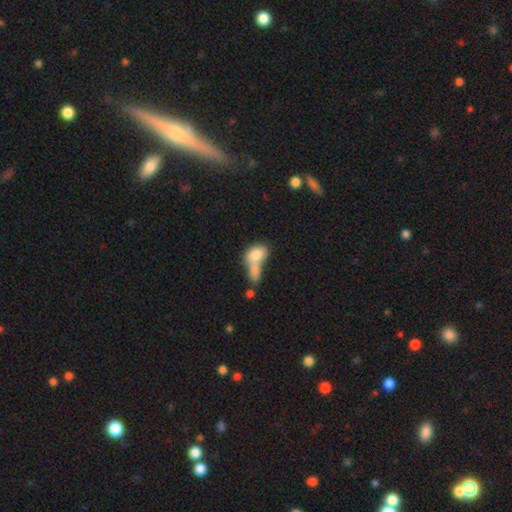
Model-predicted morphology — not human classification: smooth-or-featured: smooth: 76% | featured or disk: 16% | star or artifact: 8%
  how-rounded: in between: 76% | round: 19% | cigar-shaped: 6%
  merging: merger: 64% | none: 17% | major disturbance: 11% | minor disturbance: 9%